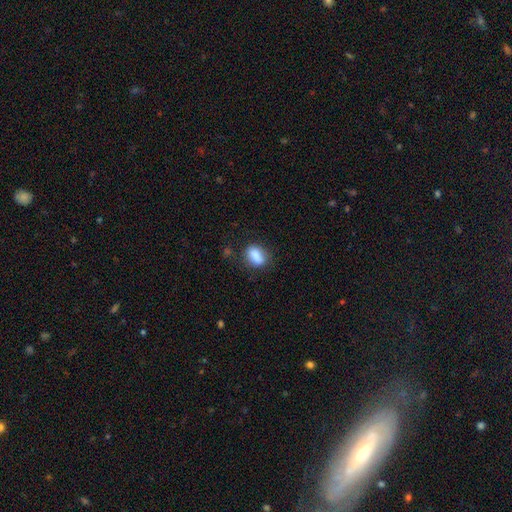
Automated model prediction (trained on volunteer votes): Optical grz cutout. It shows a smooth galaxy with no disk features (86%) that is in between round and cigar-shaped (78%). Merging: none (73%).